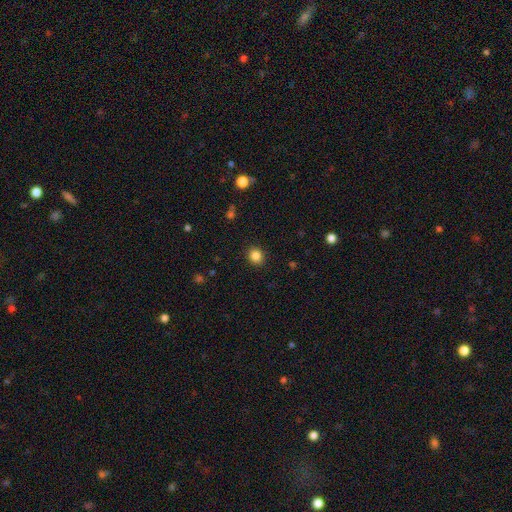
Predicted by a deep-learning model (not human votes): Smooth or featured: smooth — 85% (star or artifact — 11%)
How rounded: round — 79% (in between — 20%)
Merging: none — 91% (minor disturbance — 6%)